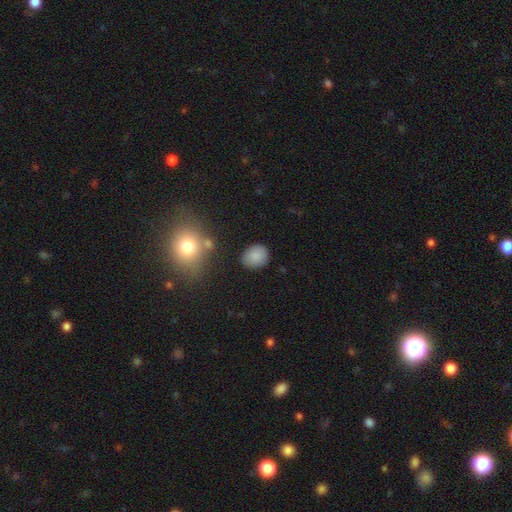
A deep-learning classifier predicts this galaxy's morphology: Smooth or featured?
  - smooth: 86% *
  - star or artifact: 8%
  - featured or disk: 6%
How rounded?
  - round: 53% *
  - in between: 46%
  - cigar-shaped: 1%
Merging?
  - none: 82% *
  - minor disturbance: 13%
  - major disturbance: 3%
  - merger: 3%